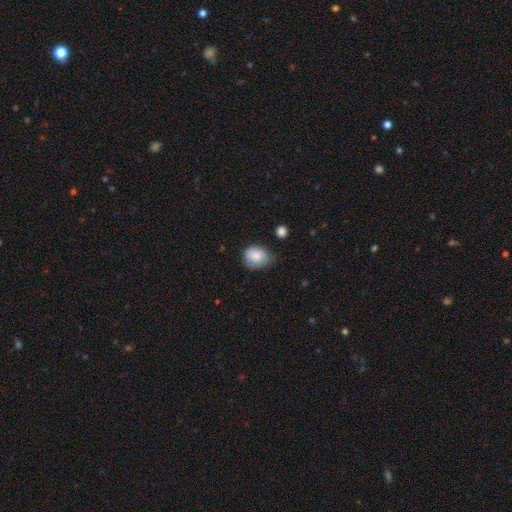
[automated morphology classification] Smooth or featured?
  - smooth: 80% *
  - featured or disk: 12%
  - star or artifact: 8%
How rounded?
  - round: 52% *
  - in between: 47%
  - cigar-shaped: 1%
Merging?
  - none: 66% *
  - minor disturbance: 27%
  - major disturbance: 6%
  - merger: 2%